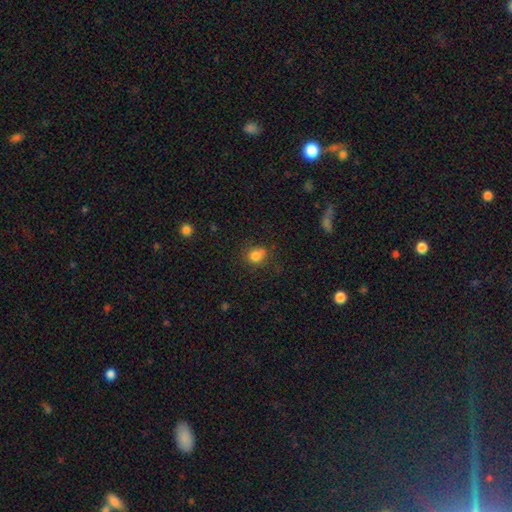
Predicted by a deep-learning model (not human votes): Smooth or featured: smooth — 80% (star or artifact — 12%)
How rounded: round — 67% (in between — 32%)
Merging: none — 65% (minor disturbance — 21%)